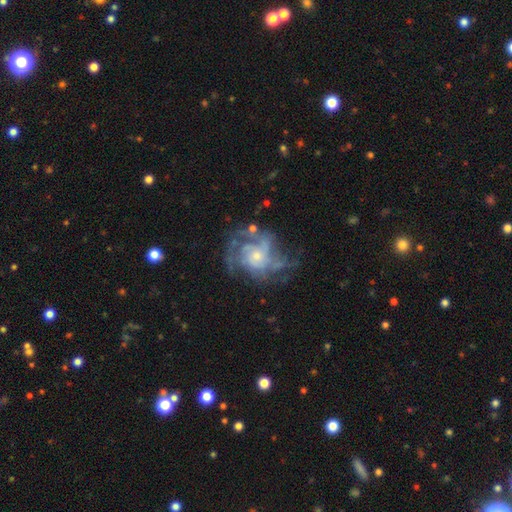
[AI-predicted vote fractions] smooth-or-featured: featured or disk: 82% | smooth: 10% | star or artifact: 8%
  disk-edge-on: no: 98% | yes: 2%
    bar: no: 76% | weak: 20% | strong: 4%
    has-spiral-arms: yes: 89% | no: 11%
      spiral-winding: tight: 44% | medium: 41% | loose: 16%
      spiral-arm-count: can't tell: 33% | 3: 24% | 2: 16% | 4: 15% | more than 4: 6% | 1: 6%
    bulge-size: small: 54% | moderate: 38% | large: 4% | none: 4% | dominant: 1%
  merging: none: 56% | major disturbance: 21% | minor disturbance: 19% | merger: 3%